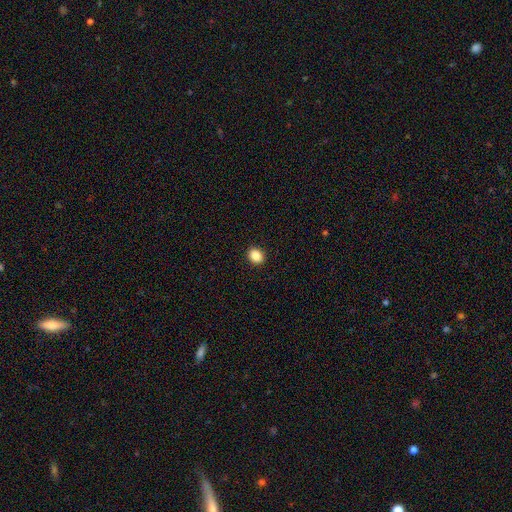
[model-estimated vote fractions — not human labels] Q: Smooth or featured?
A: smooth (87%); runner-up: star or artifact (9%)
Q: How rounded?
A: round (53%); runner-up: in between (46%)
Q: Merging?
A: none (92%); runner-up: minor disturbance (5%)